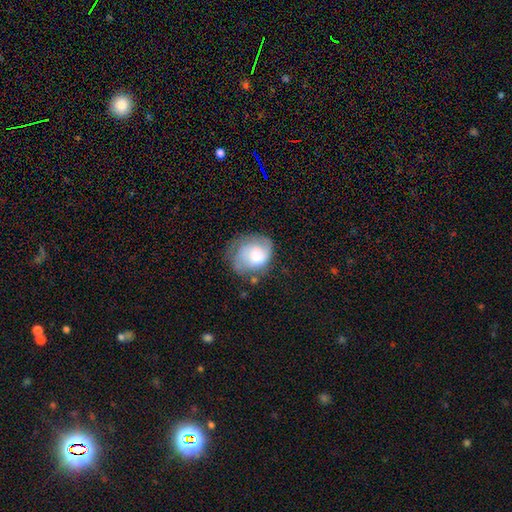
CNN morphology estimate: smooth_or_featured: smooth (p=0.59) [alt: featured or disk p=0.33]
how_rounded: round (p=0.53) [alt: in between p=0.46]
merging: none (p=0.41) [alt: minor disturbance p=0.32]